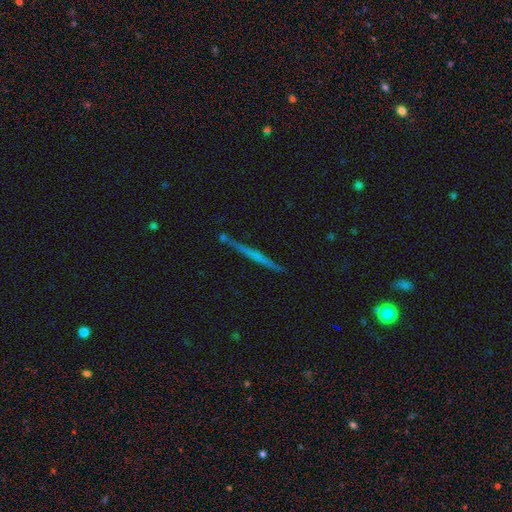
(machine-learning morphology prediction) smooth_or_featured: featured or disk (p=0.62) [alt: smooth p=0.30]
disk_edge_on: yes (p=0.98) [alt: no p=0.02]
edge_on_bulge: none (p=0.73) [alt: rounded p=0.18]
merging: none (p=0.88) [alt: minor disturbance p=0.08]